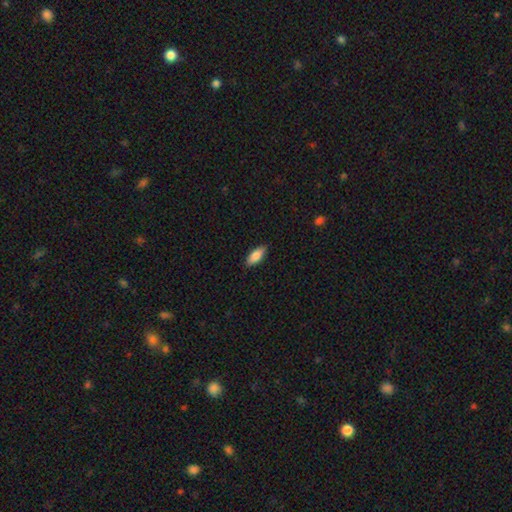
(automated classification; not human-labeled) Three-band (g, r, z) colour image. It shows a smooth galaxy with no disk features (85%) that is in between round and cigar-shaped (81%). Merging: none (86%).